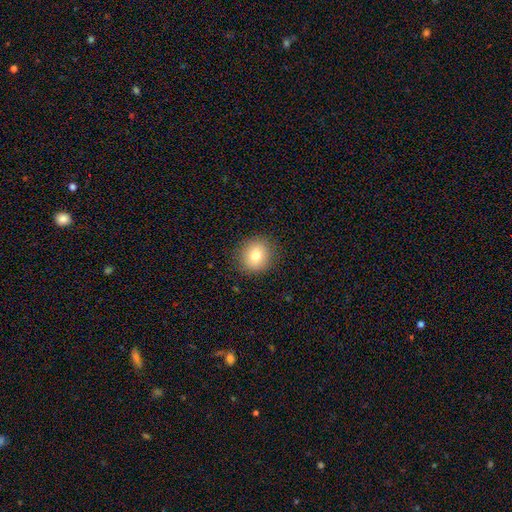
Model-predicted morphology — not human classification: Overall: smooth (80%). How rounded: round (82%). Merging: none (88%).